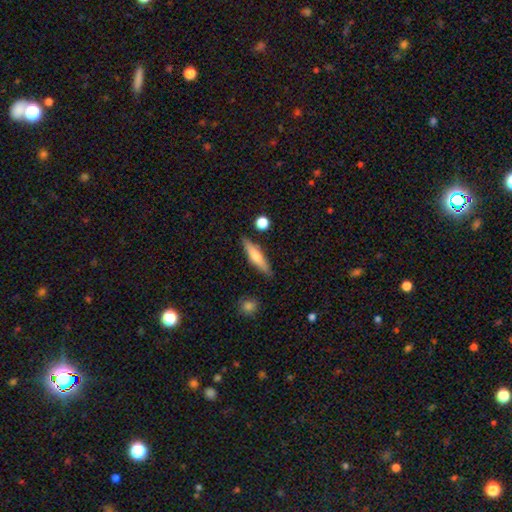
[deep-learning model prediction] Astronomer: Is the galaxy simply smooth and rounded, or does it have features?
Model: smooth — 59% (runner-up: featured or disk, 34%).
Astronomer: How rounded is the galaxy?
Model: cigar-shaped — 80%.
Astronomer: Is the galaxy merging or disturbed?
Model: none — 86%.